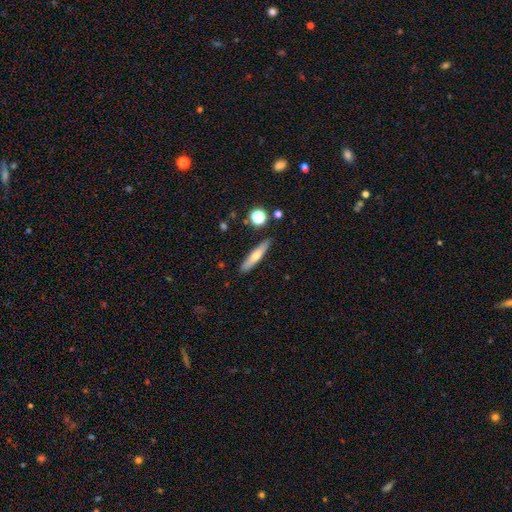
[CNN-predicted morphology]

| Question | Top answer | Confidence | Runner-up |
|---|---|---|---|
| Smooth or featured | smooth | 55% | featured or disk (37%) |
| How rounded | cigar-shaped | 85% | in between (13%) |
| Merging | none | 88% | minor disturbance (8%) |